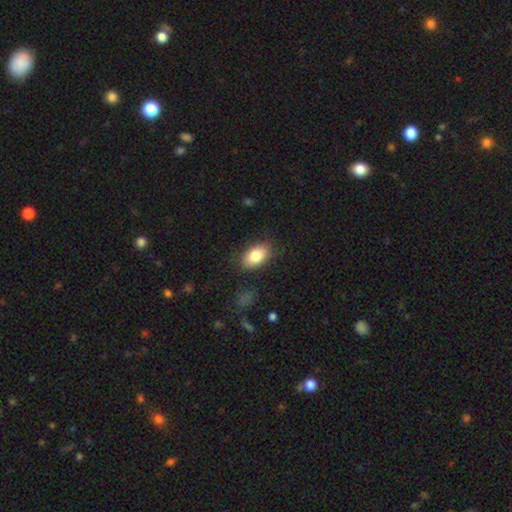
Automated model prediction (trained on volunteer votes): Smooth or featured? smooth (83%)
How rounded? in between (89%)
Merging? none (82%)